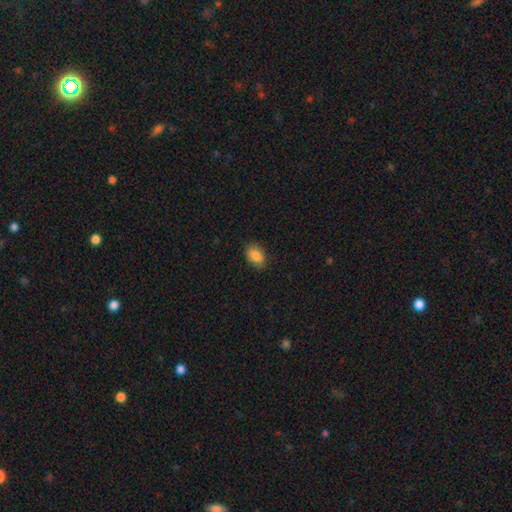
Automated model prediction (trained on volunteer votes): Smooth or featured?
  - smooth: 86% *
  - star or artifact: 8%
  - featured or disk: 6%
How rounded?
  - in between: 88% *
  - round: 10%
  - cigar-shaped: 2%
Merging?
  - none: 86% *
  - minor disturbance: 11%
  - major disturbance: 2%
  - merger: 1%